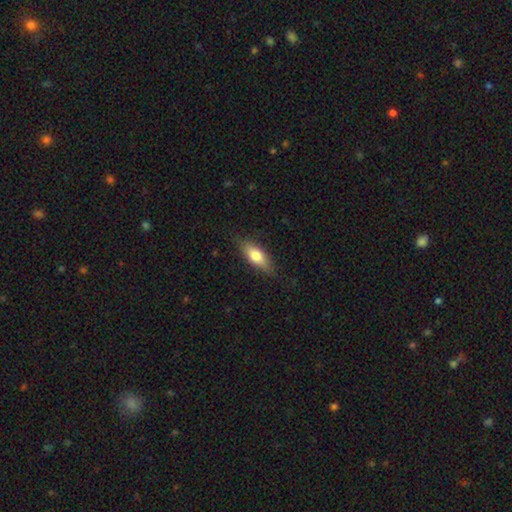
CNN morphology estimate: smooth_or_featured: smooth (p=0.72) [alt: featured or disk p=0.22]
how_rounded: in between (p=0.71) [alt: cigar-shaped p=0.26]
merging: none (p=0.81) [alt: minor disturbance p=0.15]